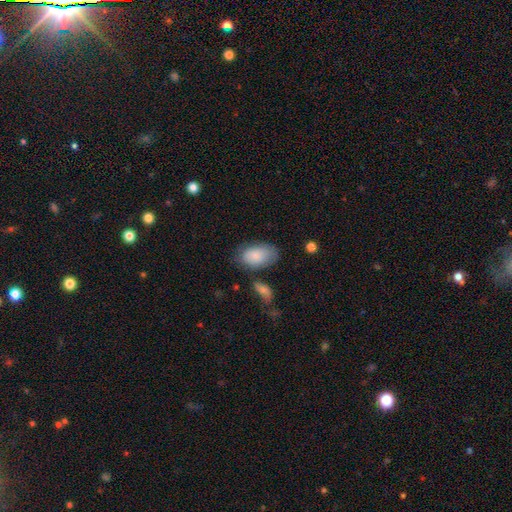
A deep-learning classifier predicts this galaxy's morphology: smooth_or_featured: smooth (p=0.84) [alt: featured or disk p=0.09]
how_rounded: in between (p=0.93) [alt: round p=0.06]
merging: none (p=0.63) [alt: minor disturbance p=0.23]